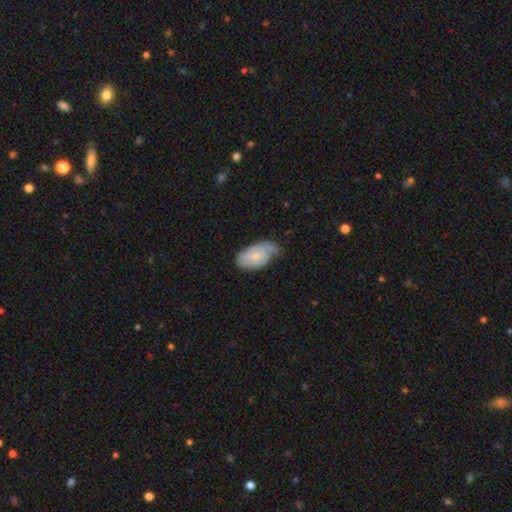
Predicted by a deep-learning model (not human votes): Smooth or featured: smooth — 52% (featured or disk — 42%)
How rounded: in between — 93% (round — 5%)
Merging: none — 47% (minor disturbance — 39%)